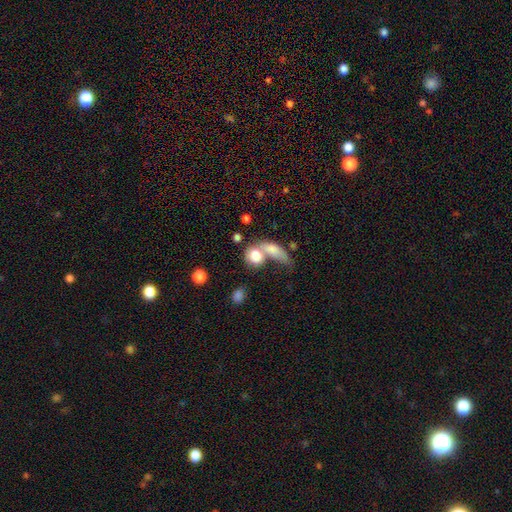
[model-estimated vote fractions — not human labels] Q: Smooth or featured?
A: smooth (79%); runner-up: featured or disk (13%)
Q: How rounded?
A: in between (47%); runner-up: round (46%)
Q: Merging?
A: merger (58%); runner-up: none (24%)